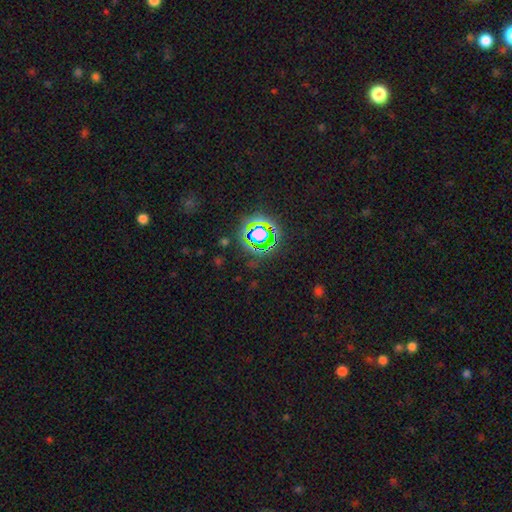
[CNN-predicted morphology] Q: Smooth or featured?
A: star or artifact (79%); runner-up: smooth (13%)